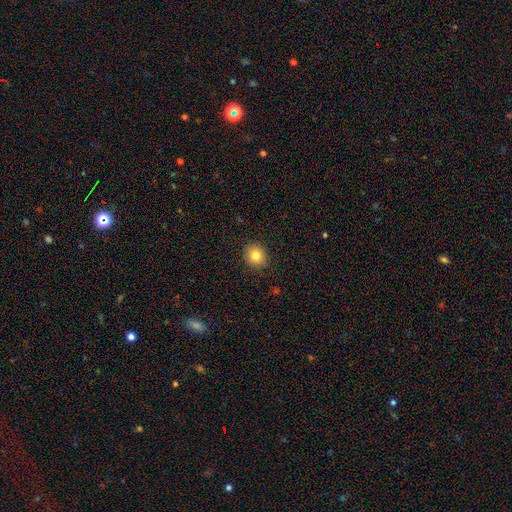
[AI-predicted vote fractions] Q: Smooth or featured?
A: smooth (82%); runner-up: star or artifact (10%)
Q: How rounded?
A: round (81%); runner-up: in between (19%)
Q: Merging?
A: none (90%); runner-up: minor disturbance (7%)